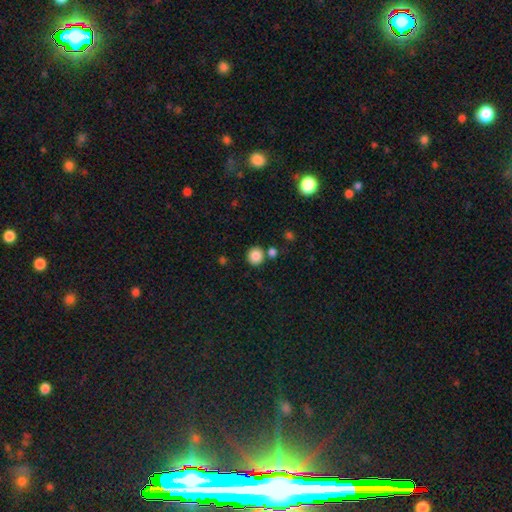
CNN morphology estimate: This appears to be a smooth galaxy with no disk features (86%) that is round (88%). Merging: none (78%).